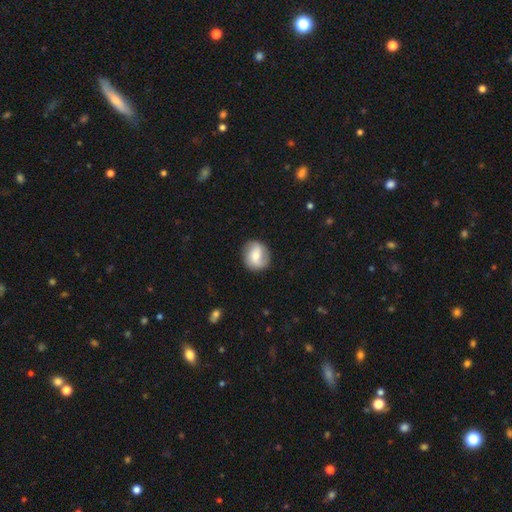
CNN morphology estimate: featured or disk 51%, smooth 42%, star or artifact 7%. Down the decision tree: edge-on disk — no (97%); merging — none (83%).